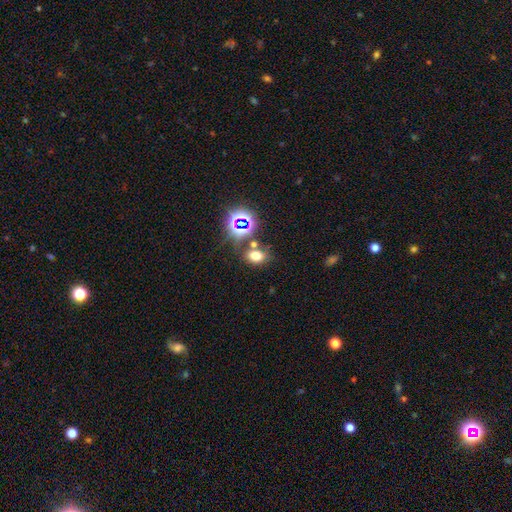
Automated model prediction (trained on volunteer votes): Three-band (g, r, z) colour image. It shows a smooth galaxy with no disk features (65%) that is in between round and cigar-shaped (69%). Merging: none (68%).